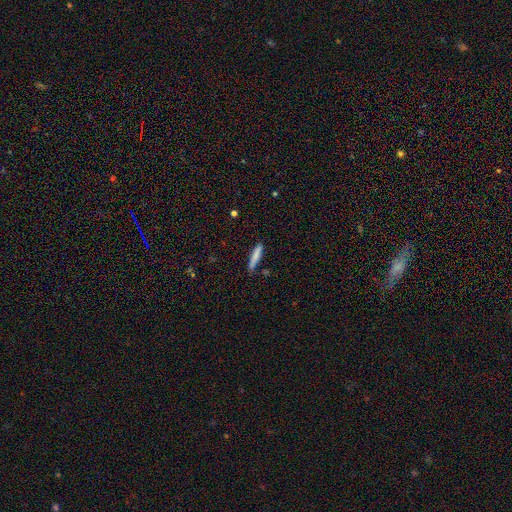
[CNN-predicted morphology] smooth 80%, featured or disk 14%, star or artifact 6%. Down the decision tree: how rounded — cigar-shaped (90%); merging — none (82%).